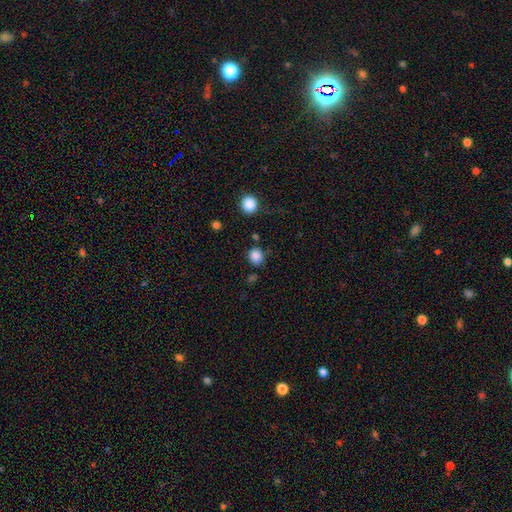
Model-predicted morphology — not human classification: Smooth or featured? smooth (85%)
How rounded? round (83%)
Merging? none (82%)